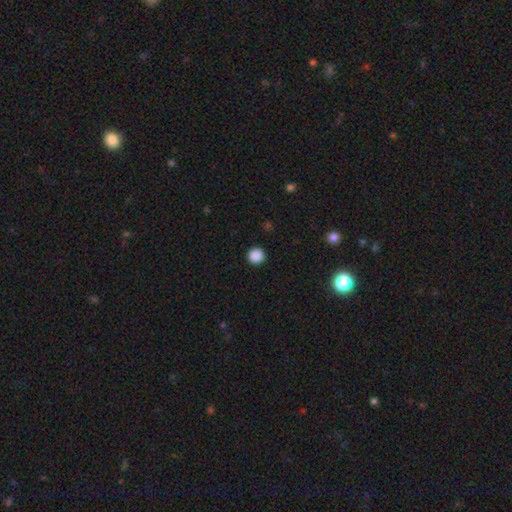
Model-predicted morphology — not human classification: type=smooth (88%); roundness=round (93%); merging=none (92%).